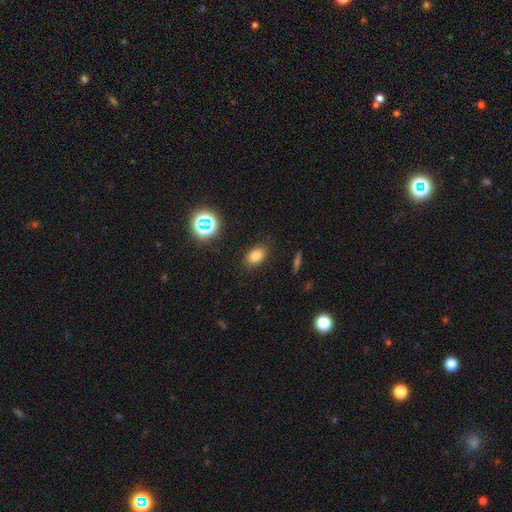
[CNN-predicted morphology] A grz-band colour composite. It shows a smooth galaxy with no disk features (77%) that is in between round and cigar-shaped (82%). Merging: none (85%).